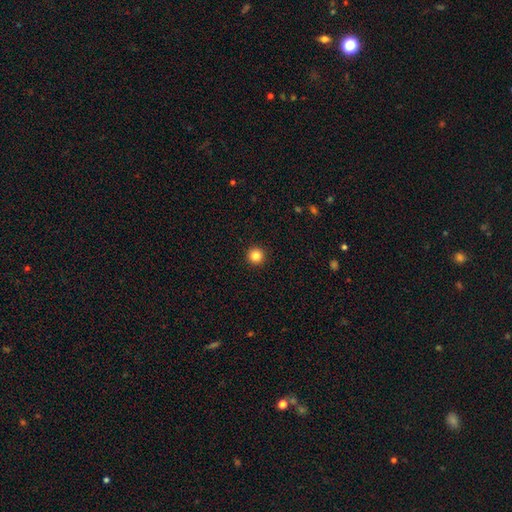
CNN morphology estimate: This is clearly a smooth galaxy (84%). How rounded: clearly round (97%). Merging: clearly none (94%).